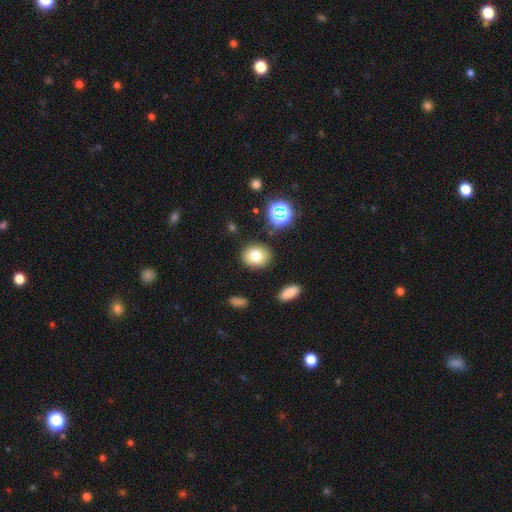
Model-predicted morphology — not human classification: The model was most divided on "how rounded": round: 58%, in between: 40%, cigar-shaped: 1%. More confident: merging — none (86%); smooth or featured — smooth (76%).